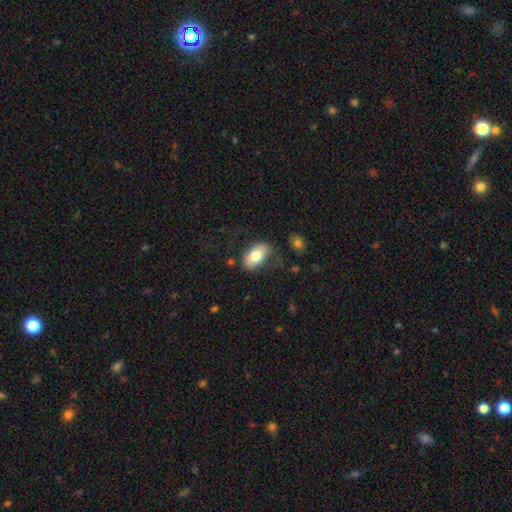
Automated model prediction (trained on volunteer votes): smooth 74%, featured or disk 20%, star or artifact 6%. Down the decision tree: how rounded — in between (93%); merging — none (71%).